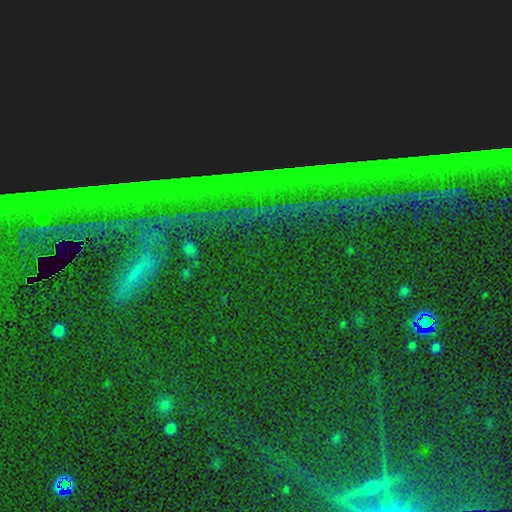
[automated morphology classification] Smooth or featured?
  - star or artifact: 86% *
  - featured or disk: 7%
  - smooth: 7%